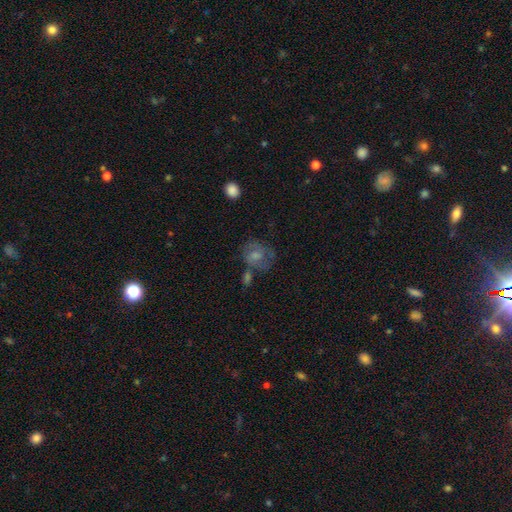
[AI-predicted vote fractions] The model was most divided on "how rounded": round: 56%, in between: 43%, cigar-shaped: 1%. Remaining: smooth or featured — smooth (61%); merging — none (43%).